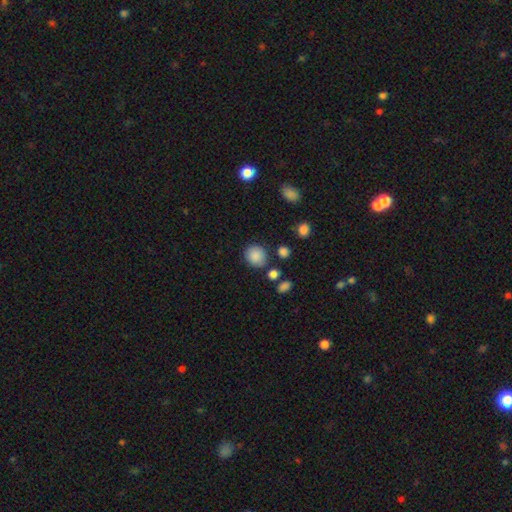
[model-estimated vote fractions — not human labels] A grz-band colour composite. It shows a smooth galaxy with no disk features (86%) that is round (79%). Merging: none (80%).